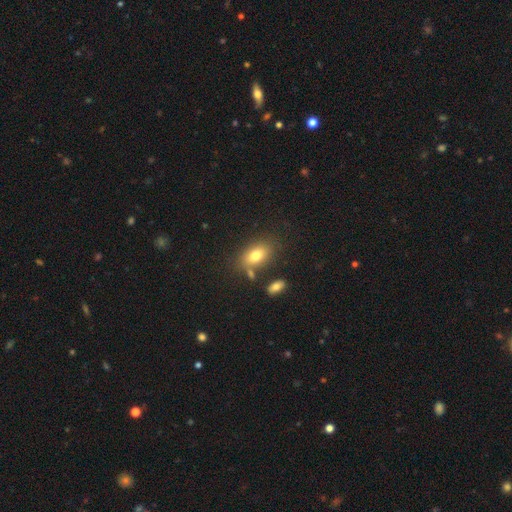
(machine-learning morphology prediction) Smooth or featured? Predicted: smooth (p=0.77). How rounded? Predicted: in between (p=0.86). Merging? Predicted: none (p=0.71).